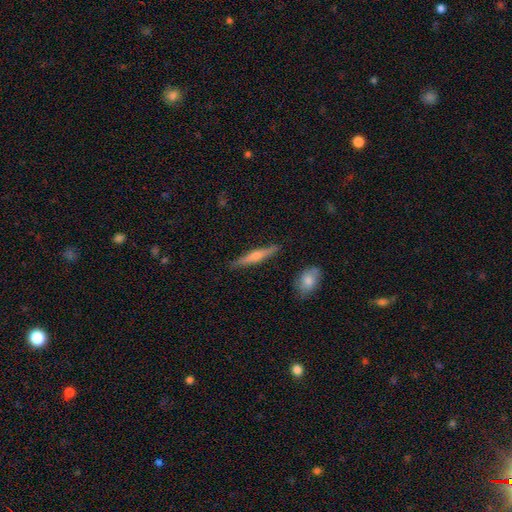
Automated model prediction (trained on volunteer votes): Smooth or featured: featured or disk — 51% (smooth — 43%)
Edge-on disk: yes — 96% (no — 4%)
Merging: none — 88% (minor disturbance — 8%)